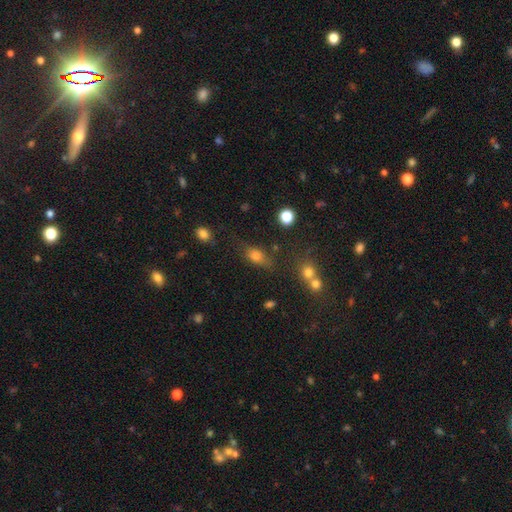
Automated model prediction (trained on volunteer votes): Overall: smooth (73%). How rounded: in between (72%). Merging: none (60%; minor disturbance 22%).